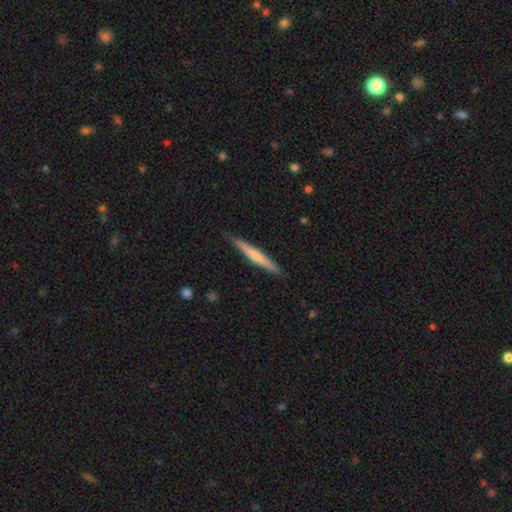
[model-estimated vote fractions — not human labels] smooth_or_featured: smooth (p=0.49) [alt: featured or disk p=0.46]
merging: none (p=0.89) [alt: minor disturbance p=0.08]